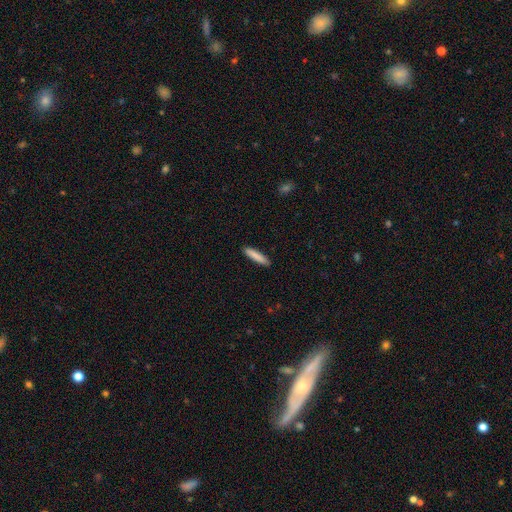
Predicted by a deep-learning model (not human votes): Smooth or featured: smooth — 86% (featured or disk — 8%)
How rounded: cigar-shaped — 88% (in between — 11%)
Merging: none — 91% (minor disturbance — 7%)